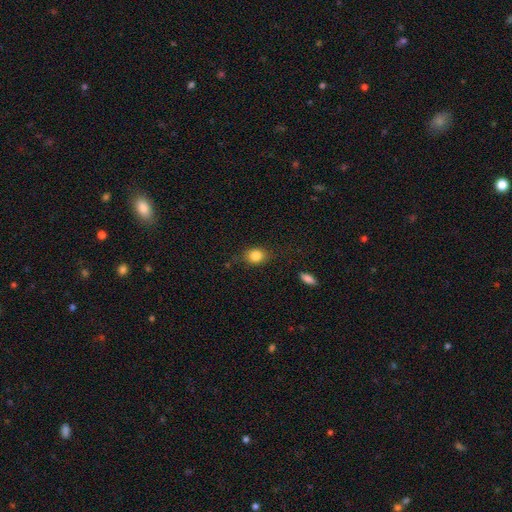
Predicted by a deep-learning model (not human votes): This is clearly a smooth galaxy (82%). How rounded: possibly round (53%). Merging: likely none (78%).